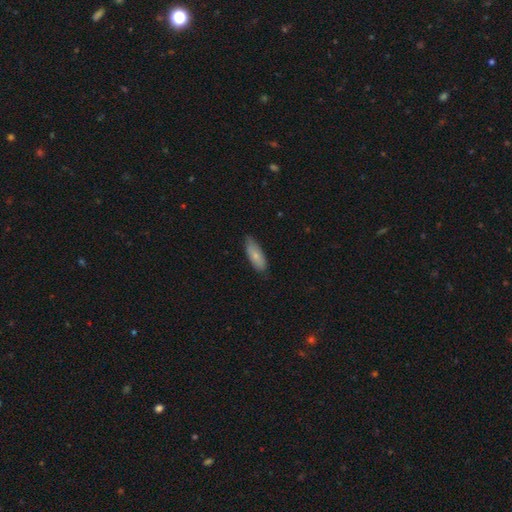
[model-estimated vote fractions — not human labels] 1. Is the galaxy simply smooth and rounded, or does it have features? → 75% smooth, 19% featured or disk, 6% star or artifact.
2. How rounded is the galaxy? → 69% in between, 29% cigar-shaped, 2% round.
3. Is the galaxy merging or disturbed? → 78% none, 19% minor disturbance, 3% major disturbance, 1% merger.